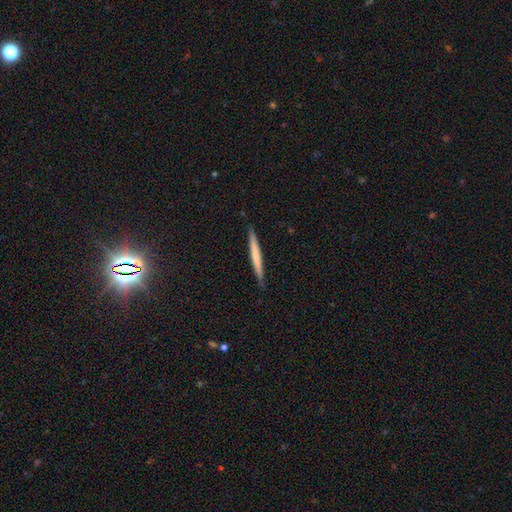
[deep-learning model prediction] smooth 56%, featured or disk 38%, star or artifact 6%. Down the decision tree: how rounded — cigar-shaped (97%); merging — none (90%).